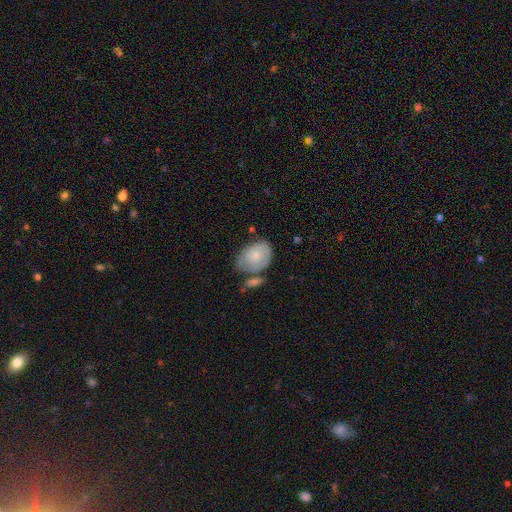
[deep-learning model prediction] A smooth galaxy with no disk features (68%) that is in between round and cigar-shaped (70%). Merging: none (44%).